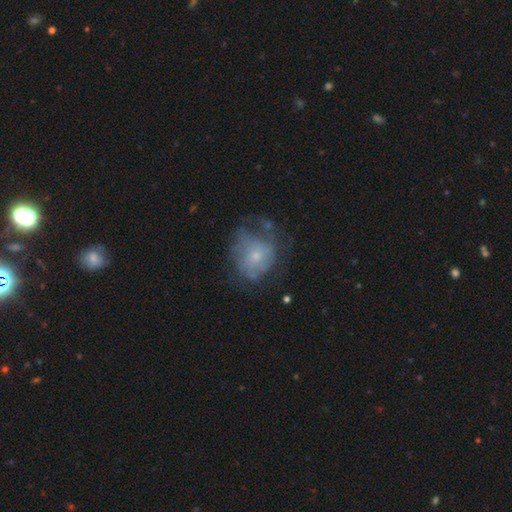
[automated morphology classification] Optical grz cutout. It shows a featured or disk galaxy (45%). Merging: none (39%).